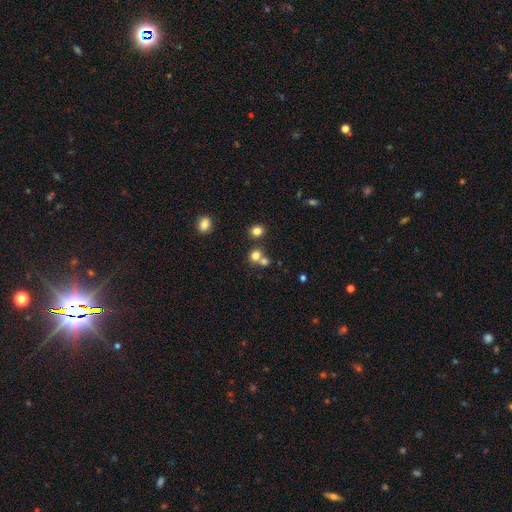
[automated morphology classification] smooth-or-featured: smooth: 75% | star or artifact: 15% | featured or disk: 10%
  how-rounded: round: 80% | in between: 19% | cigar-shaped: 1%
  merging: none: 48% | merger: 42% | minor disturbance: 7% | major disturbance: 3%